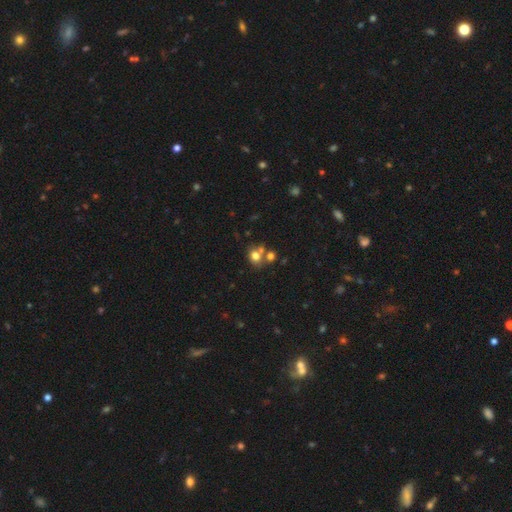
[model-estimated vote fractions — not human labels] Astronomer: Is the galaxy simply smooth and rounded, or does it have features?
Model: smooth — 73%.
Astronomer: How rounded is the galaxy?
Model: round — 64%.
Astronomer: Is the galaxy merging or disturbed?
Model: none — 48% (runner-up: merger, 37%).